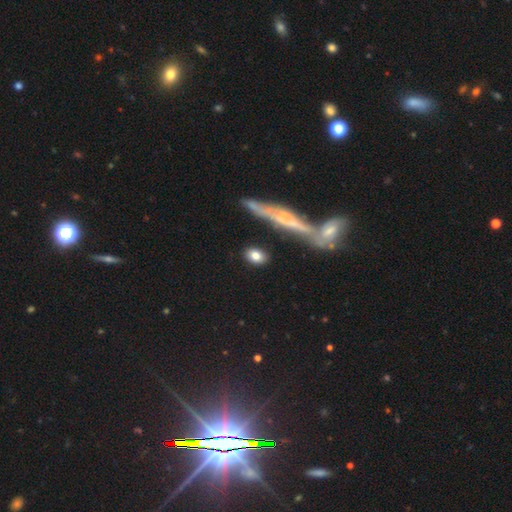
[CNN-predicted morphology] Q: Smooth or featured?
A: smooth (80%); runner-up: featured or disk (13%)
Q: How rounded?
A: in between (67%); runner-up: round (27%)
Q: Merging?
A: none (83%); runner-up: minor disturbance (10%)